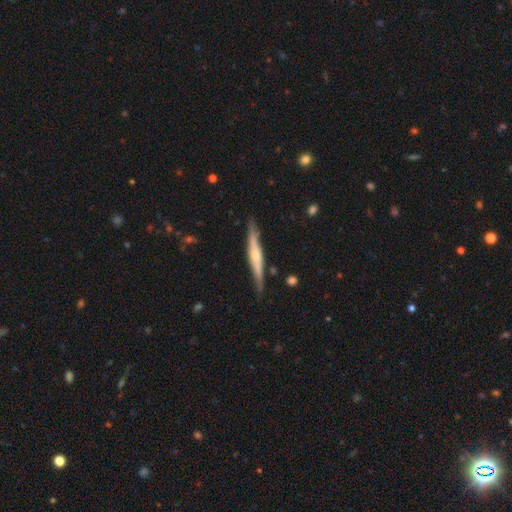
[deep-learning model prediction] Overall: featured or disk (62%; smooth 33%). Edge-on disk: yes (95%). Edge-on bulge: rounded (68%). Merging: none (84%).